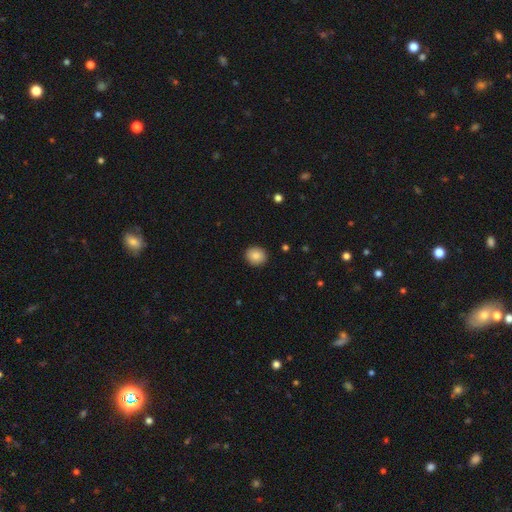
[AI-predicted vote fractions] Morphology: type=smooth (87%); roundness=round (81%); merging=none (91%).